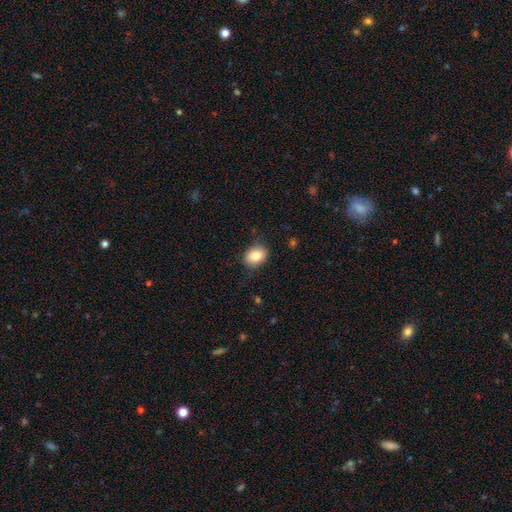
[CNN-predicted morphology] Overall: smooth (81%). How rounded: in between (54%; round 45%). Merging: none (84%).